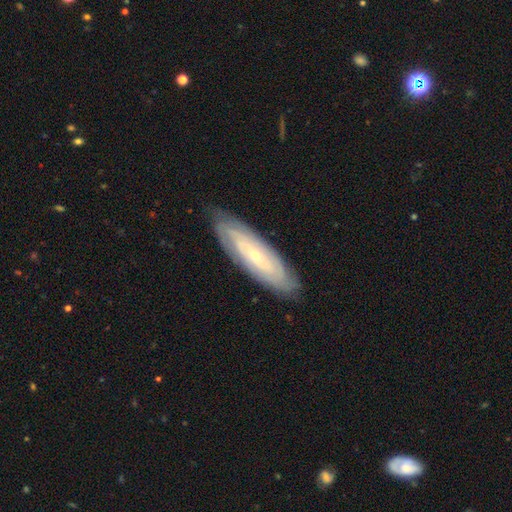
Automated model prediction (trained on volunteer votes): featured or disk 74%, smooth 20%, star or artifact 6%. Down the decision tree: edge-on disk — no (79%); bar — no (70%); spiral arms — yes (86%); spiral arm count — can't tell (60%); spiral winding — tight (76%); bulge size — small (79%); merging — none (84%).